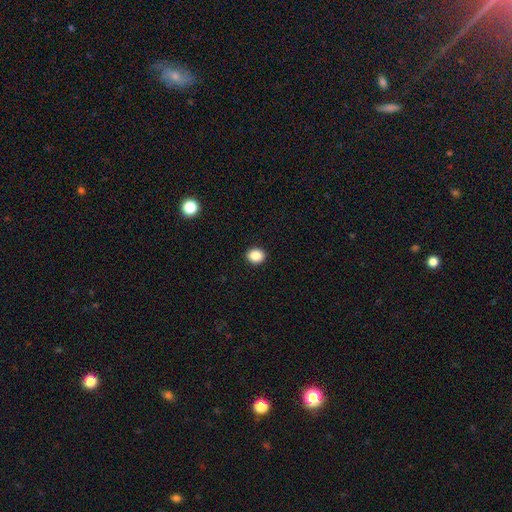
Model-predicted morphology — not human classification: Smooth or featured? Predicted: smooth (p=0.88). How rounded? Predicted: round (p=0.69). Merging? Predicted: none (p=0.92).